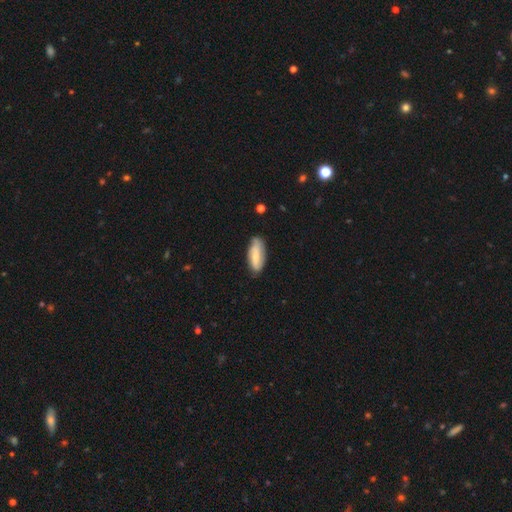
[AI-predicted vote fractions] This appears to be a smooth galaxy with no disk features (66%) that is in between round and cigar-shaped (76%). Merging: none (74%).